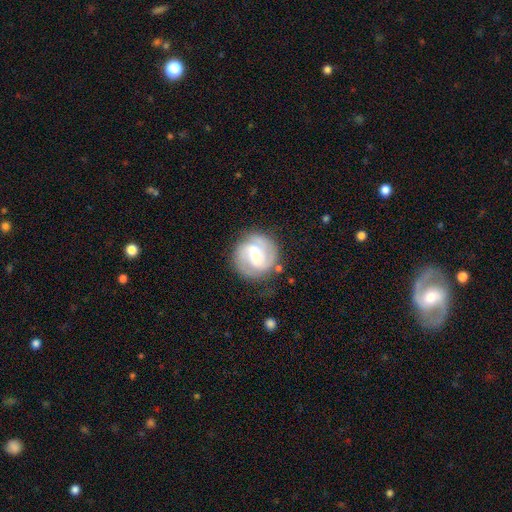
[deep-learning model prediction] Overall: featured or disk (76%). Edge-on disk: no (98%). Bar: weak (53%; strong 27%). Spiral arms: yes (93%). Spiral arm count: 2 (71%). Spiral winding: medium (46%; tight 36%). Bulge size: moderate (44%; small 39%). Merging: none (75%).